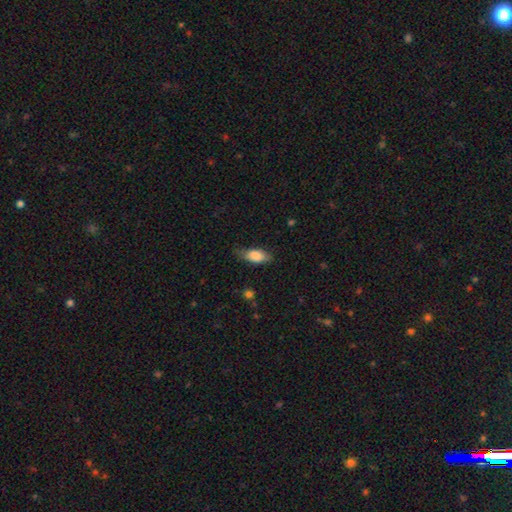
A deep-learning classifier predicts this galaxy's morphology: Overall: smooth (82%). How rounded: in between (84%). Merging: none (70%).